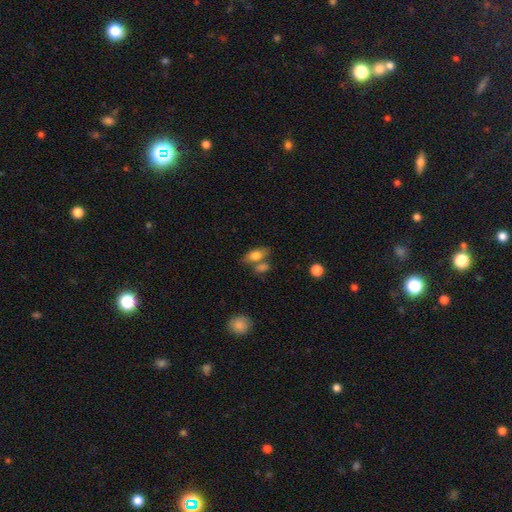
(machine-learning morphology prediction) smooth-or-featured: smooth: 76% | featured or disk: 16% | star or artifact: 8%
  how-rounded: in between: 82% | cigar-shaped: 10% | round: 7%
  merging: none: 53% | merger: 28% | minor disturbance: 13% | major disturbance: 5%